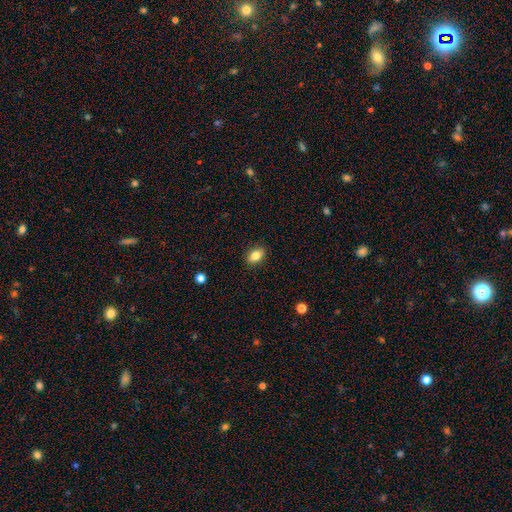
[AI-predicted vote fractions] A smooth galaxy with no disk features (83%) that is in between round and cigar-shaped (84%). Merging: none (88%).